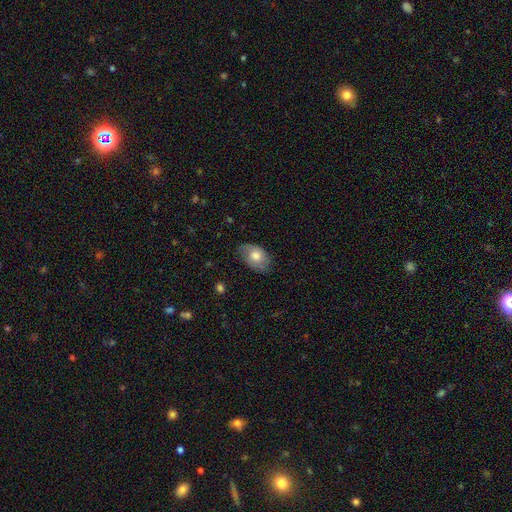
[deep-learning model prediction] Morphology: type=smooth (70%); roundness=in between (88%); merging=none (72%).